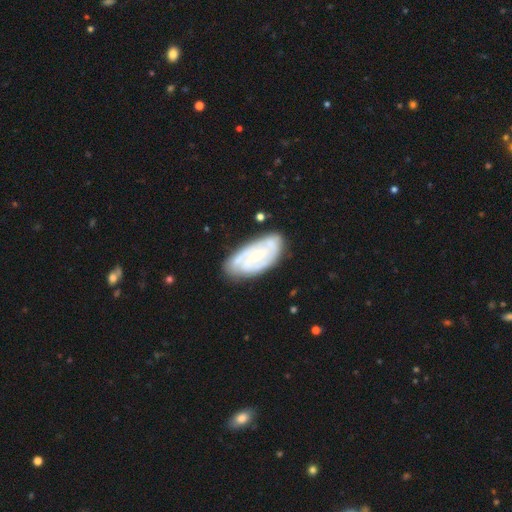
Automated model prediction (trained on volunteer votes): Smooth or featured? Predicted: featured or disk (p=0.72). Edge-on disk? Predicted: no (p=0.94). Bar? Predicted: no (p=0.58). Spiral arms? Predicted: yes (p=0.89). Spiral winding? Predicted: tight (p=0.63). Spiral arm count? Predicted: can't tell (p=0.37). Bulge size? Predicted: small (p=0.64). Merging? Predicted: none (p=0.73).